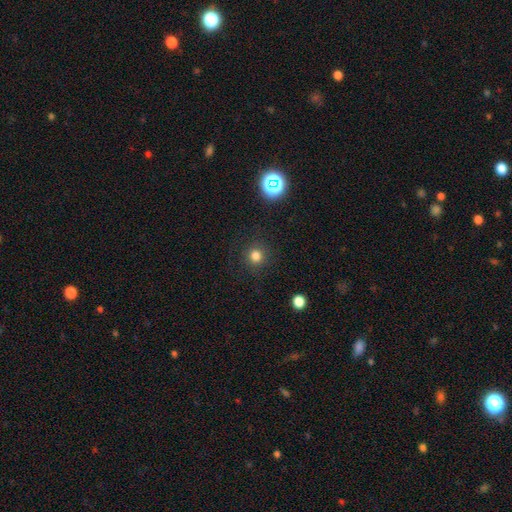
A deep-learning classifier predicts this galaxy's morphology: The model was most divided on "smooth or featured": smooth: 80%, star or artifact: 15%, featured or disk: 5%. More confident: how rounded — round (93%); merging — none (89%).